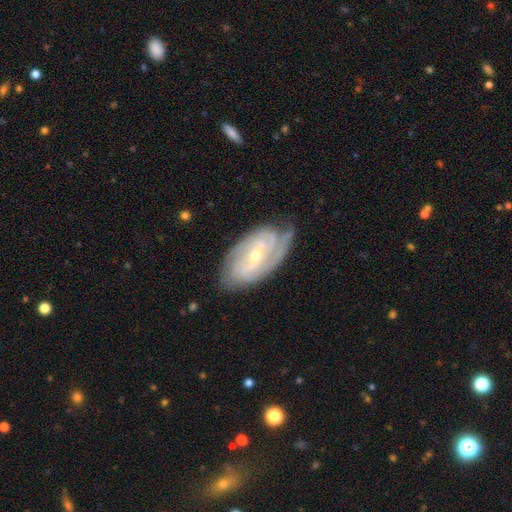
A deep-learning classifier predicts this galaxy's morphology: A featured or disk galaxy (86%) with a weak bar (45%), 2 (39%) tight (63%) spiral arms (95%) and a small central bulge (58%). Merging: none (71%).